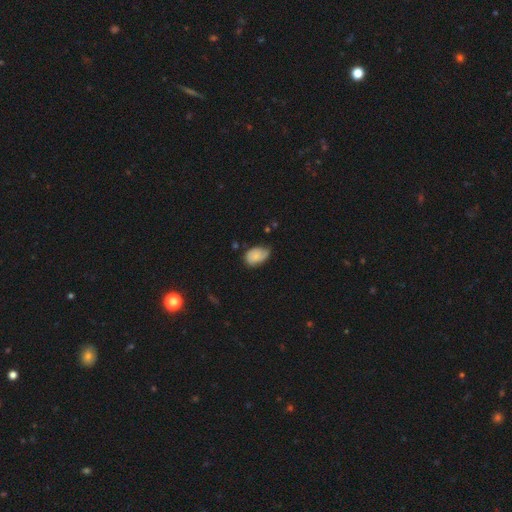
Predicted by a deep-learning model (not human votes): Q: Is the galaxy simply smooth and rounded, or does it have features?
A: smooth — 71%.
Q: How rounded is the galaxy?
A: in between — 83%.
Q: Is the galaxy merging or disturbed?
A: none — 46%.